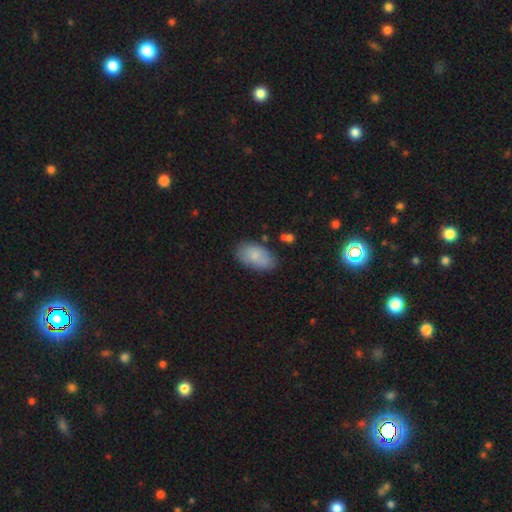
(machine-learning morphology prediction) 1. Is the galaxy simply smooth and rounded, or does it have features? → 78% smooth, 15% featured or disk, 7% star or artifact.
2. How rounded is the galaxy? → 94% in between, 5% round, 2% cigar-shaped.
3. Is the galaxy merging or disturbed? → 75% none, 18% minor disturbance, 4% major disturbance, 3% merger.